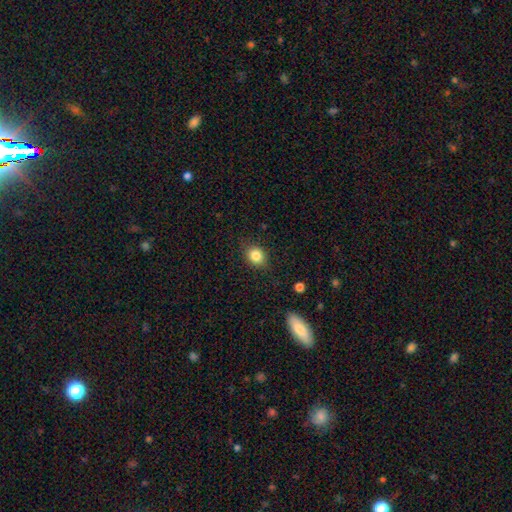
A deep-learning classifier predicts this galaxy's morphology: smooth_or_featured: smooth (p=0.83) [alt: star or artifact p=0.10]
how_rounded: round (p=0.60) [alt: in between p=0.39]
merging: none (p=0.83) [alt: minor disturbance p=0.13]